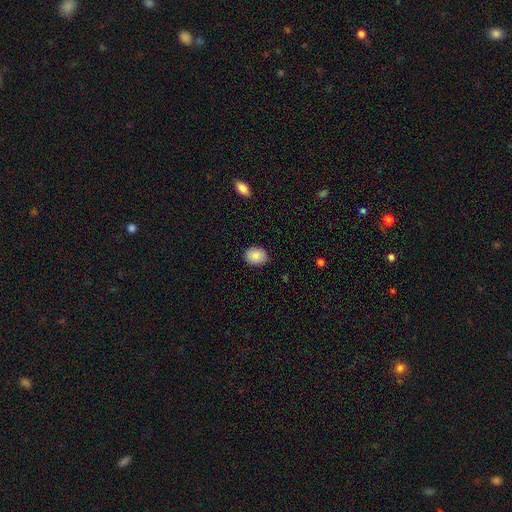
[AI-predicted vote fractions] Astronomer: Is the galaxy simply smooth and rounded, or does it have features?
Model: smooth — 87%.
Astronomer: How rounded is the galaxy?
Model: in between — 51% (runner-up: round, 48%).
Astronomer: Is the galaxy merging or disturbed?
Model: none — 87%.